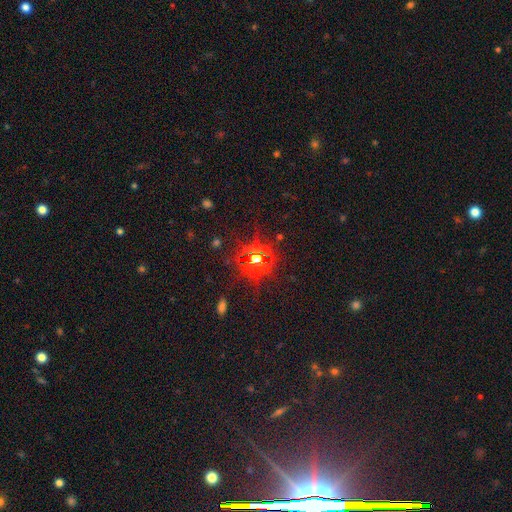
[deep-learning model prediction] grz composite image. It shows a star or artifact, not a galaxy (66%).